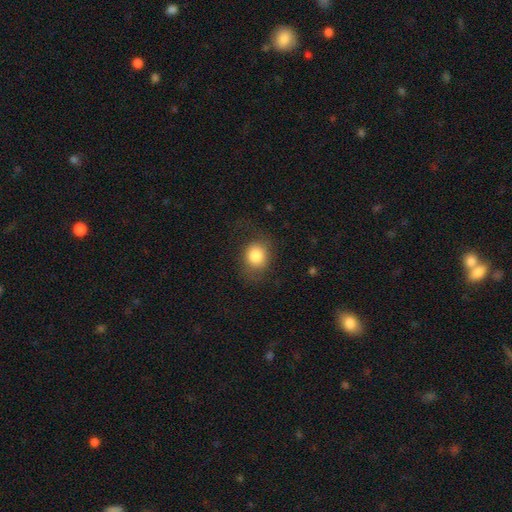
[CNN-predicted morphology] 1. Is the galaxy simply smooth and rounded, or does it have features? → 82% smooth, 10% featured or disk, 9% star or artifact.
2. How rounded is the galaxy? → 65% round, 34% in between, 1% cigar-shaped.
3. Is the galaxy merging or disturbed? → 65% none, 20% minor disturbance, 14% major disturbance, 1% merger.